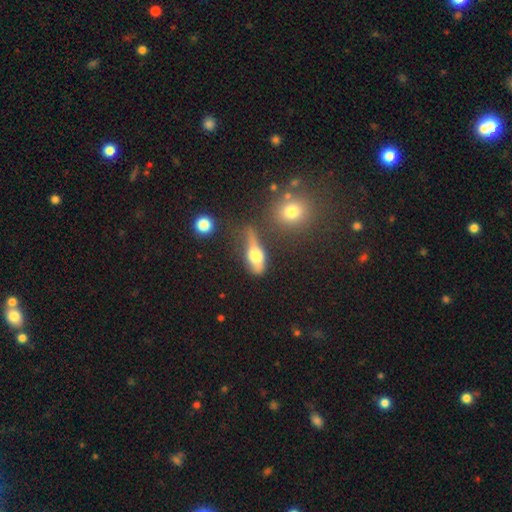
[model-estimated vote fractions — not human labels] A smooth galaxy with no disk features (55%) that is in between round and cigar-shaped (64%). Merging: none (36%).